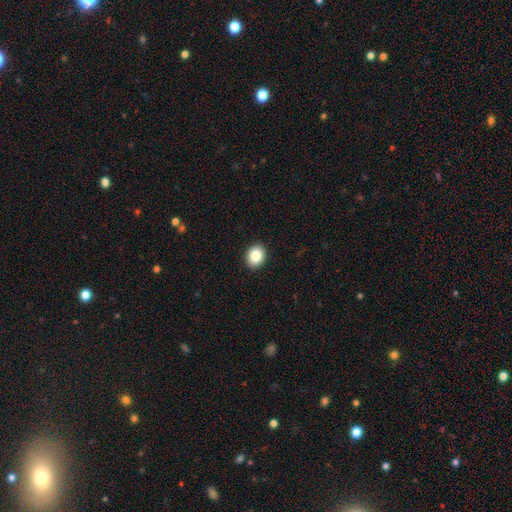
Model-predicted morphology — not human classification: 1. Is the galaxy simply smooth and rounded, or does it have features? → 86% smooth, 8% star or artifact, 6% featured or disk.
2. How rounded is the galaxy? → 51% in between, 49% round, 1% cigar-shaped.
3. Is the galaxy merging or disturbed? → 92% none, 6% minor disturbance, 2% major disturbance, 1% merger.